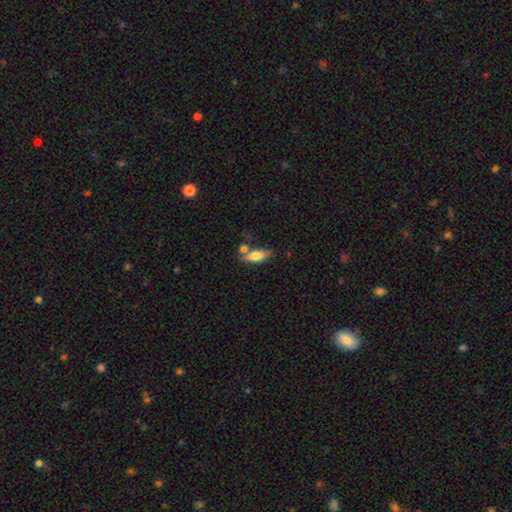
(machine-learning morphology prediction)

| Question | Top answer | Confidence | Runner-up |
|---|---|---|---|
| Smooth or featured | smooth | 69% | featured or disk (24%) |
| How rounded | in between | 66% | cigar-shaped (31%) |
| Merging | none | 58% | merger (21%) |